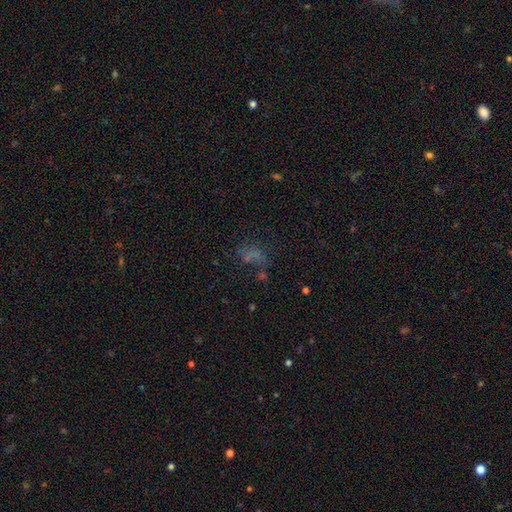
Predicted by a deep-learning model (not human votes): Overall: star or artifact (40%, tied with smooth).